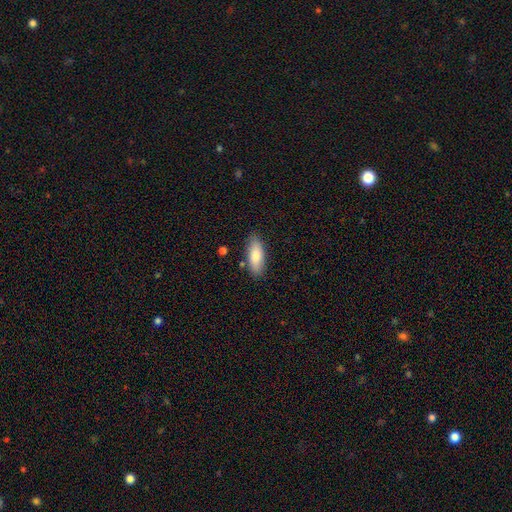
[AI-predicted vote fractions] A smooth galaxy with no disk features (83%) that is in between round and cigar-shaped (75%). Merging: none (83%).